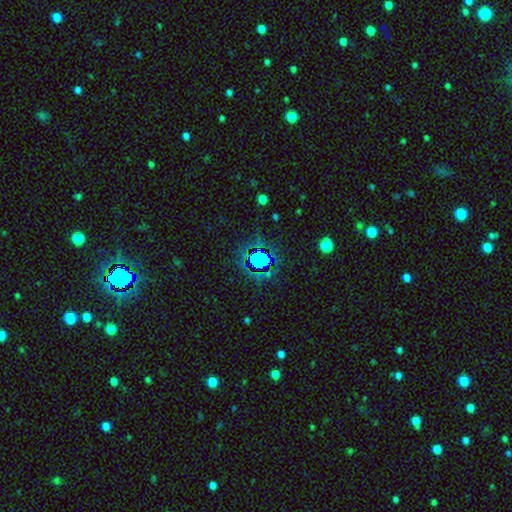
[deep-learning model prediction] Q: Smooth or featured?
A: star or artifact (63%); runner-up: smooth (26%)